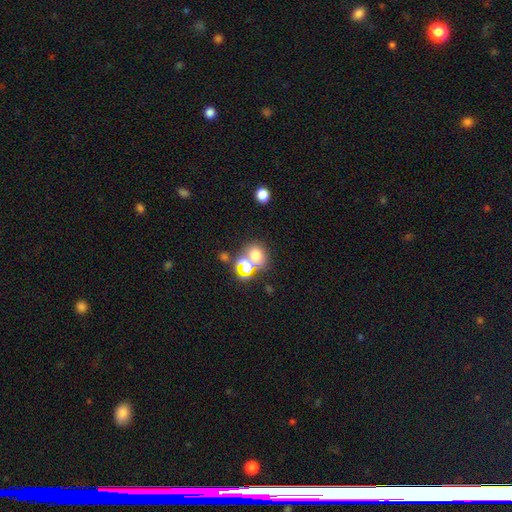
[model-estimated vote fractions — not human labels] Smooth or featured?
  - smooth: 64% *
  - star or artifact: 27%
  - featured or disk: 9%
How rounded?
  - round: 66% *
  - in between: 33%
  - cigar-shaped: 1%
Merging?
  - none: 59% *
  - merger: 27%
  - minor disturbance: 9%
  - major disturbance: 5%